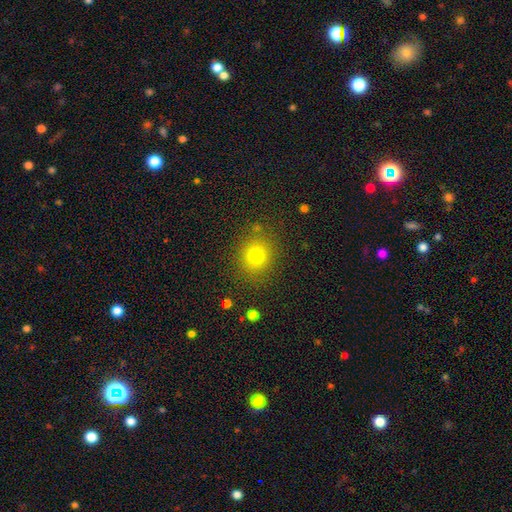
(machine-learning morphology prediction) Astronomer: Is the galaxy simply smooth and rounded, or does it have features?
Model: smooth — 76%.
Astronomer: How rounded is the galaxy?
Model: round — 80%.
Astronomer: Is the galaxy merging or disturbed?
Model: none — 85%.